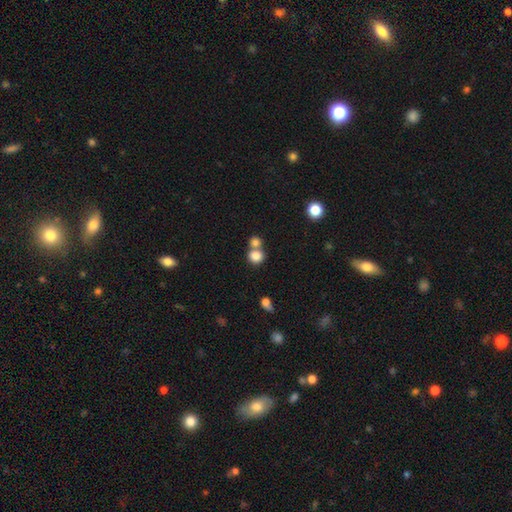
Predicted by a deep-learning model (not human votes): smooth_or_featured: smooth (p=0.82) [alt: star or artifact p=0.11]
how_rounded: round (p=0.84) [alt: in between p=0.15]
merging: none (p=0.46) [alt: merger p=0.45]